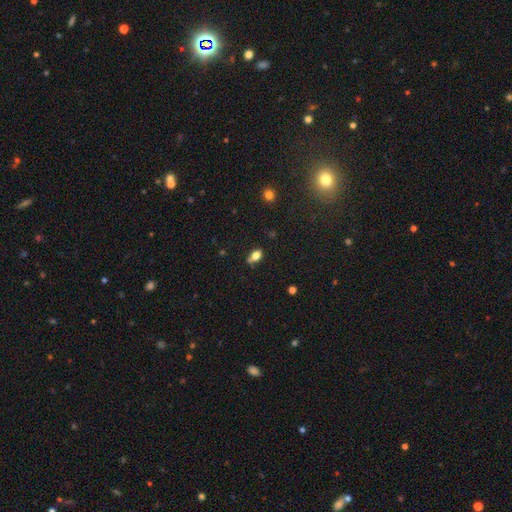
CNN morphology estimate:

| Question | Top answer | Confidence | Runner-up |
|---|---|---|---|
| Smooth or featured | smooth | 75% | featured or disk (13%) |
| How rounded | in between | 82% | round (14%) |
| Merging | none | 66% | minor disturbance (18%) |